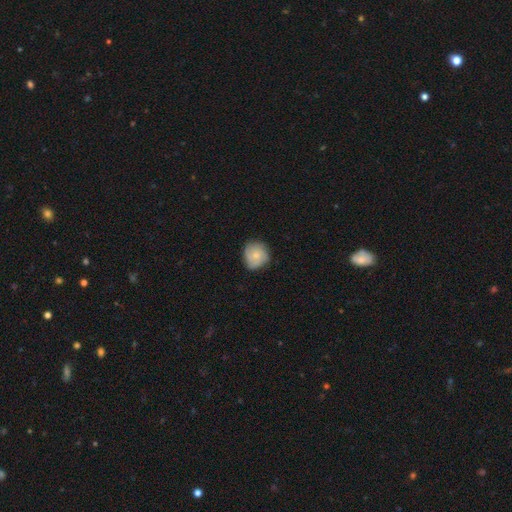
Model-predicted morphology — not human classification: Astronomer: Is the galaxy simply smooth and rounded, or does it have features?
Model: smooth — 52% (runner-up: featured or disk, 40%).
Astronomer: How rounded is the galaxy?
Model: round — 85%.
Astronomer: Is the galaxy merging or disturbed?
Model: none — 76%.